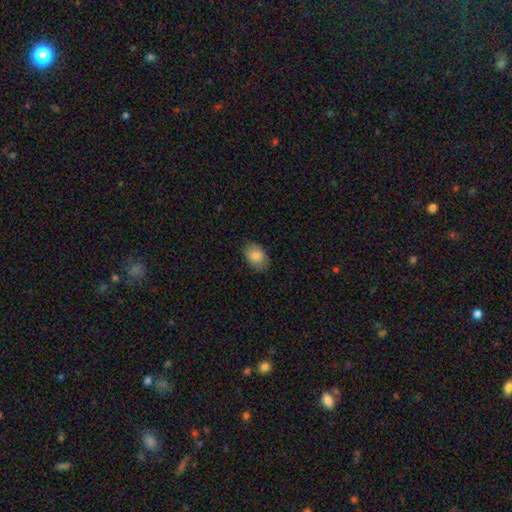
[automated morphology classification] The model was most divided on "merging": none: 81%, minor disturbance: 15%, major disturbance: 3%, merger: 1%. More confident: how rounded — in between (85%); smooth or featured — smooth (80%).